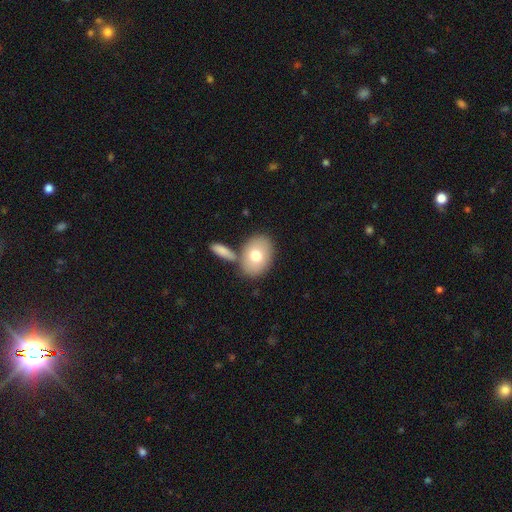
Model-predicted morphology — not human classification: Smooth or featured: smooth — 72% (featured or disk — 21%)
How rounded: in between — 77% (round — 22%)
Merging: none — 64% (merger — 21%)